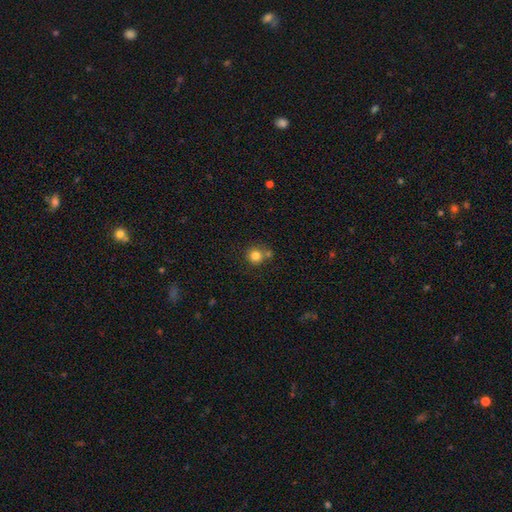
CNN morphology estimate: Smooth or featured: smooth — 81% (star or artifact — 12%)
How rounded: round — 92% (in between — 7%)
Merging: none — 66% (merger — 20%)